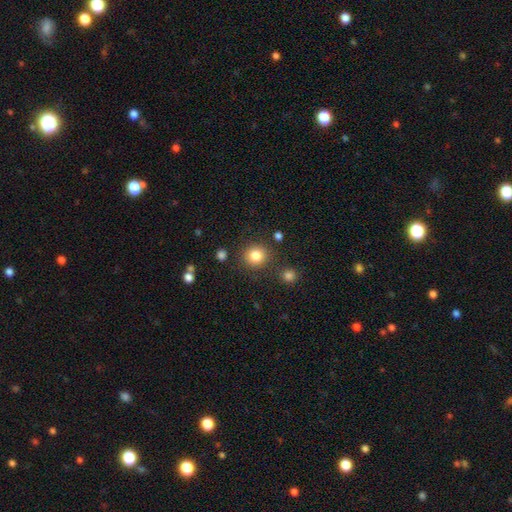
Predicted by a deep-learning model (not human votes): Smooth or featured: smooth — 84% (star or artifact — 11%)
How rounded: round — 89% (in between — 10%)
Merging: none — 85% (minor disturbance — 8%)